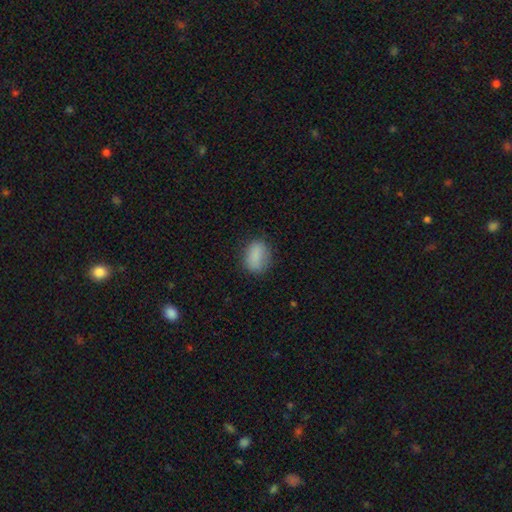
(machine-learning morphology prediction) Smooth or featured? smooth (85%)
How rounded? in between (69%)
Merging? none (74%)